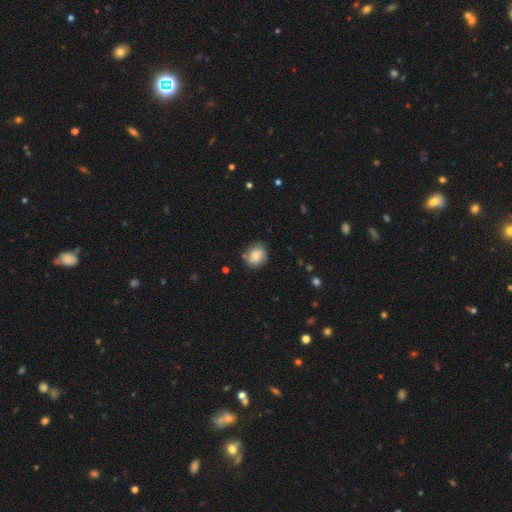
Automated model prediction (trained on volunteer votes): This appears to be a smooth galaxy with no disk features (72%) that is round (63%). Merging: none (72%).